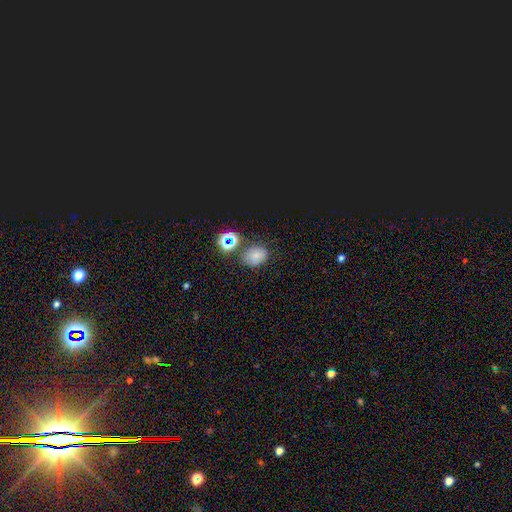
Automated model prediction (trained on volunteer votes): Overall: smooth (68%). How rounded: in between (59%; round 40%). Merging: none (70%).